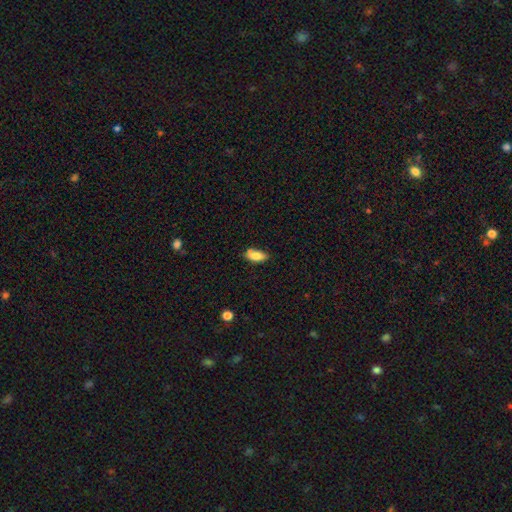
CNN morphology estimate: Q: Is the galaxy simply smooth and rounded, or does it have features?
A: smooth — 81%.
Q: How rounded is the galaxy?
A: in between — 89%.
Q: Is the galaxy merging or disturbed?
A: none — 63%.